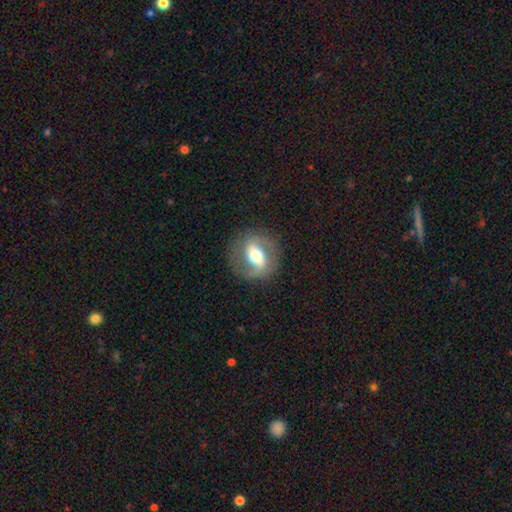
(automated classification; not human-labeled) Q: Smooth or featured?
A: featured or disk (72%); runner-up: smooth (22%)
Q: Edge-on disk?
A: no (93%); runner-up: yes (7%)
Q: Bar?
A: strong (43%); runner-up: weak (37%)
Q: Spiral arms?
A: yes (73%); runner-up: no (27%)
Q: Bulge size?
A: moderate (64%); runner-up: large (25%)
Q: Merging?
A: none (81%); runner-up: minor disturbance (12%)